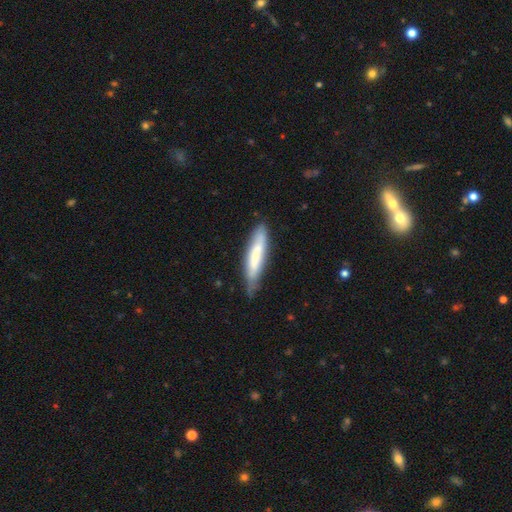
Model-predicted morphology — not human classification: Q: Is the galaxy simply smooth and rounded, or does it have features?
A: smooth — 62%.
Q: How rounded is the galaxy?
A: cigar-shaped — 82%.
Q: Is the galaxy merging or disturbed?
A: none — 66%.